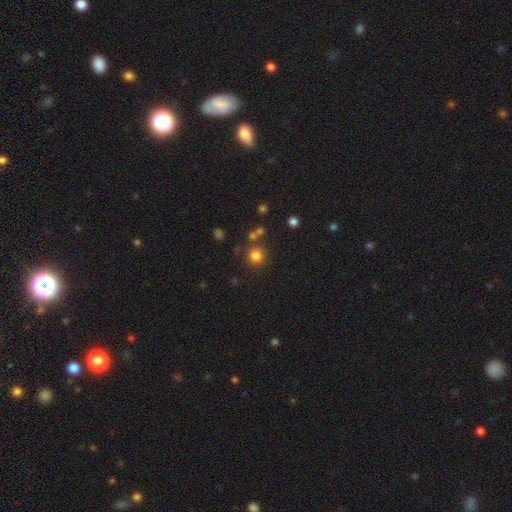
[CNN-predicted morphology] Q: Smooth or featured?
A: smooth (79%); runner-up: star or artifact (15%)
Q: How rounded?
A: round (90%); runner-up: in between (10%)
Q: Merging?
A: none (78%); runner-up: minor disturbance (9%)